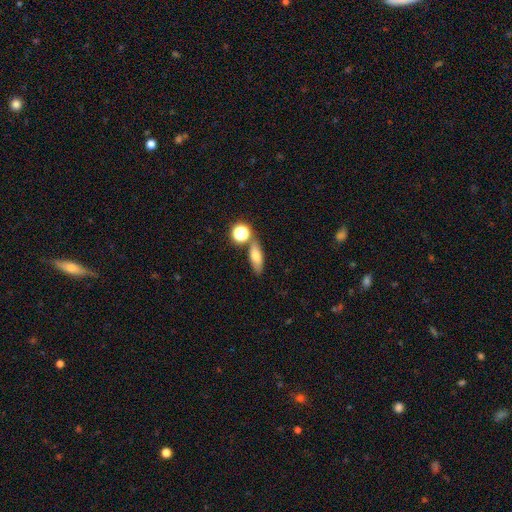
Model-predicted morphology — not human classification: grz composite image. It shows a smooth galaxy with no disk features (67%) that is in between round and cigar-shaped (56%). Merging: none (71%).